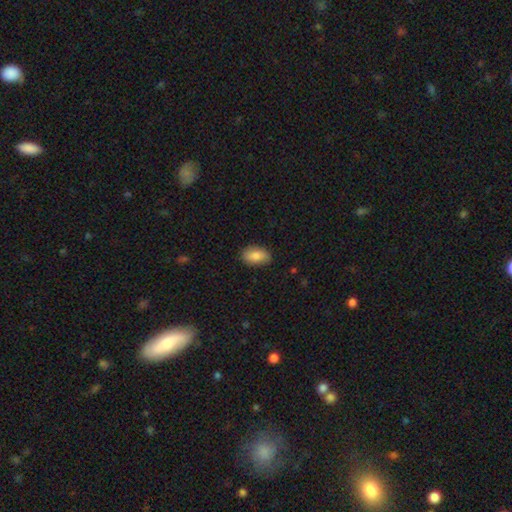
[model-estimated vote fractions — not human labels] This is clearly a smooth galaxy (83%). How rounded: clearly in between (90%). Merging: clearly none (83%).